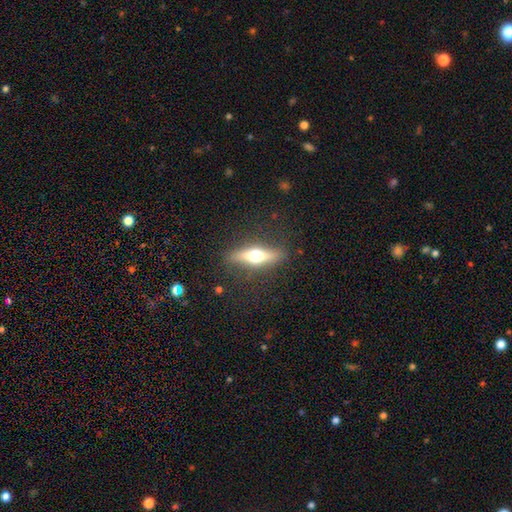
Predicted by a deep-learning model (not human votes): Smooth or featured?
  - featured or disk: 55% *
  - smooth: 38%
  - star or artifact: 7%
Edge-on disk?
  - yes: 89% *
  - no: 11%
Merging?
  - none: 85% *
  - minor disturbance: 11%
  - major disturbance: 3%
  - merger: 1%